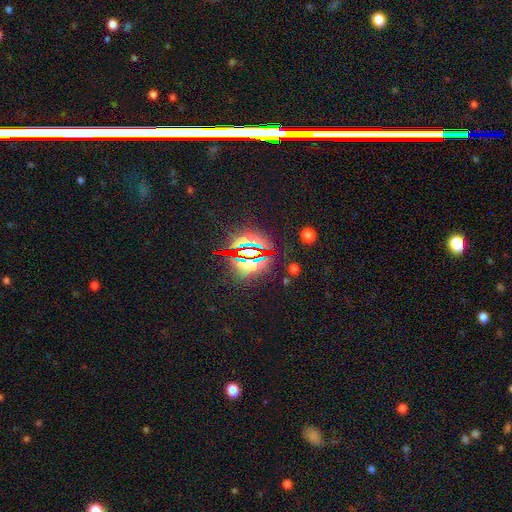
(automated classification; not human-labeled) Smooth or featured? star or artifact (76%)